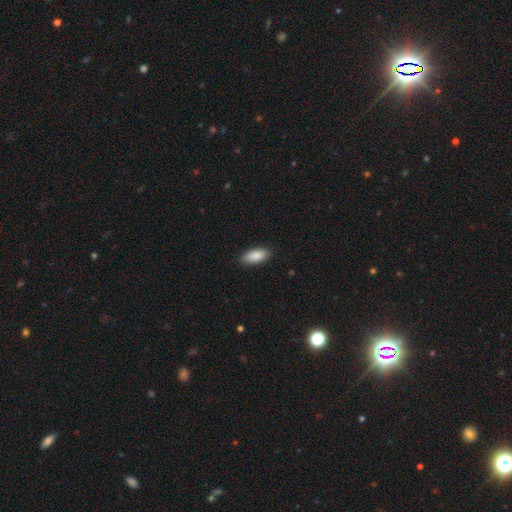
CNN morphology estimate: The model was most divided on "how rounded": in between: 86%, cigar-shaped: 12%, round: 2%. More confident: smooth or featured — smooth (89%); merging — none (88%).